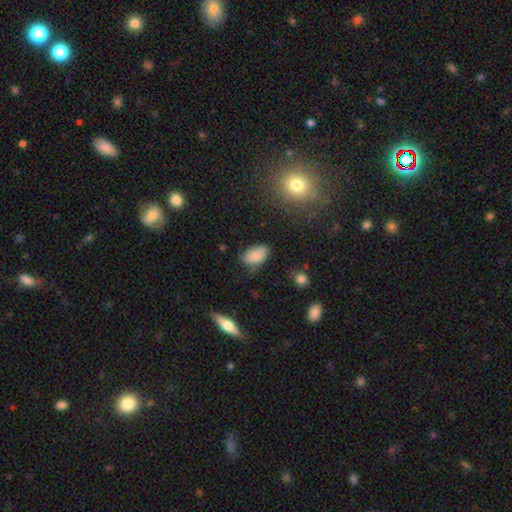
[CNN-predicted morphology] Smooth or featured?
  - smooth: 82% *
  - featured or disk: 9%
  - star or artifact: 9%
How rounded?
  - in between: 92% *
  - round: 6%
  - cigar-shaped: 2%
Merging?
  - none: 61% *
  - minor disturbance: 29%
  - major disturbance: 6%
  - merger: 3%